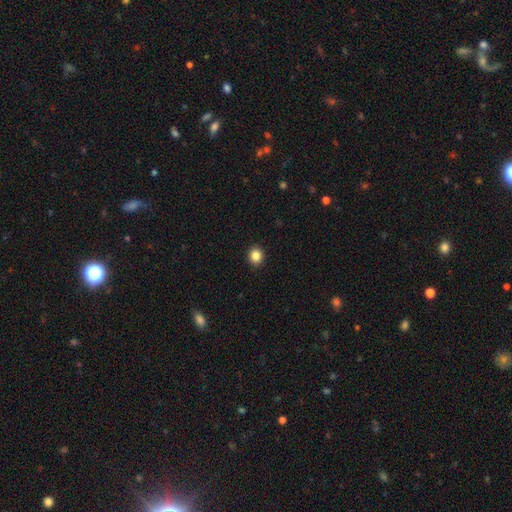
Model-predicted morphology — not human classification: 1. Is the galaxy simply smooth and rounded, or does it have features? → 85% smooth, 10% star or artifact, 4% featured or disk.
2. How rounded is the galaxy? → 80% round, 19% in between, 1% cigar-shaped.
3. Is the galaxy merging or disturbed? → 92% none, 5% minor disturbance, 2% major disturbance, 1% merger.